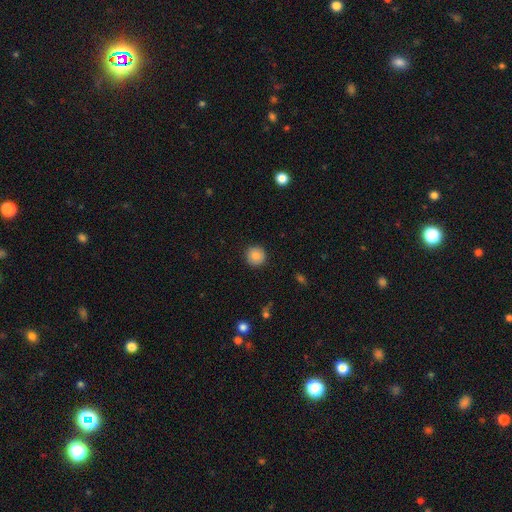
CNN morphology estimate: smooth 83%, star or artifact 9%, featured or disk 9%. Down the decision tree: how rounded — round (95%); merging — none (91%).